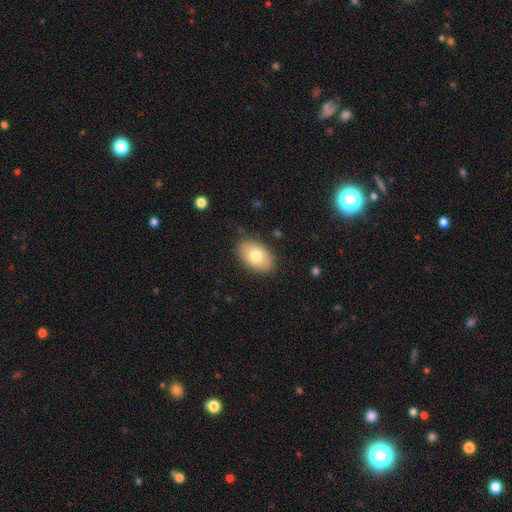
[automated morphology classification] A smooth galaxy with no disk features (76%) that is in between round and cigar-shaped (92%). Merging: none (85%).